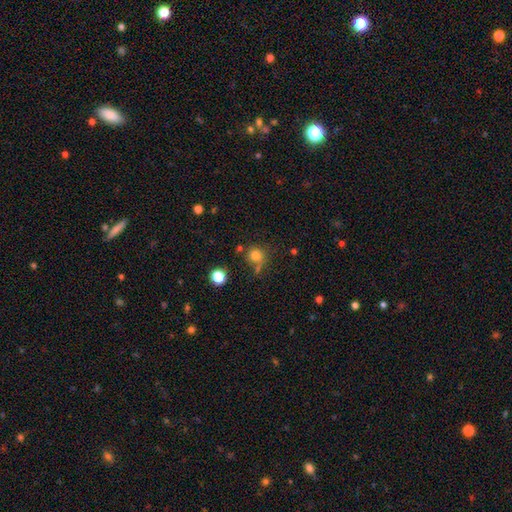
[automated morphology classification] Smooth or featured? Predicted: smooth (p=0.78). How rounded? Predicted: round (p=0.87). Merging? Predicted: none (p=0.67).